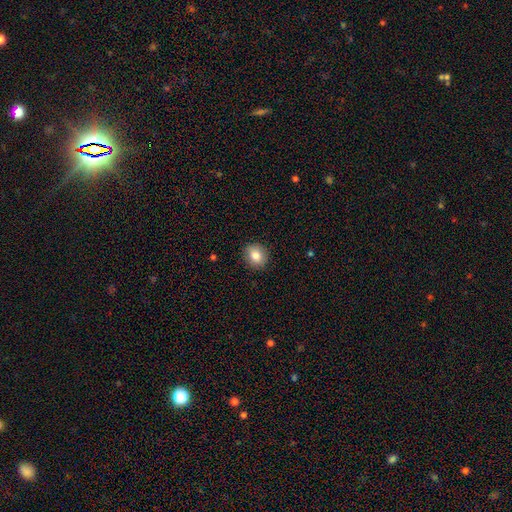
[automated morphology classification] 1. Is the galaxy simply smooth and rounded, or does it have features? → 82% smooth, 9% star or artifact, 9% featured or disk.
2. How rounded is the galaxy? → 73% round, 26% in between, 1% cigar-shaped.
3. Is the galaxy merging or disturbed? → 90% none, 7% minor disturbance, 2% major disturbance, 1% merger.